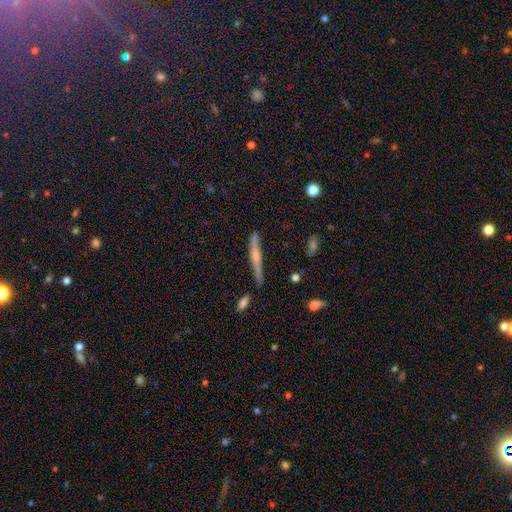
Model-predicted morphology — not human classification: A featured or disk galaxy (58%) viewed edge-on (95%) with a rounded central bulge (69%). Merging: none (77%).